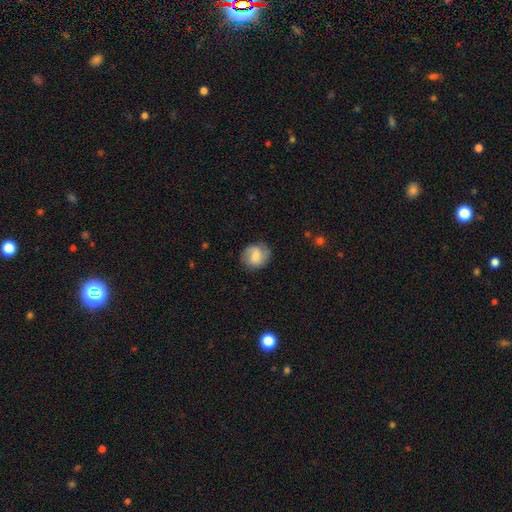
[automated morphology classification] smooth 56%, featured or disk 37%, star or artifact 8%. Down the decision tree: how rounded — round (76%); merging — none (78%).